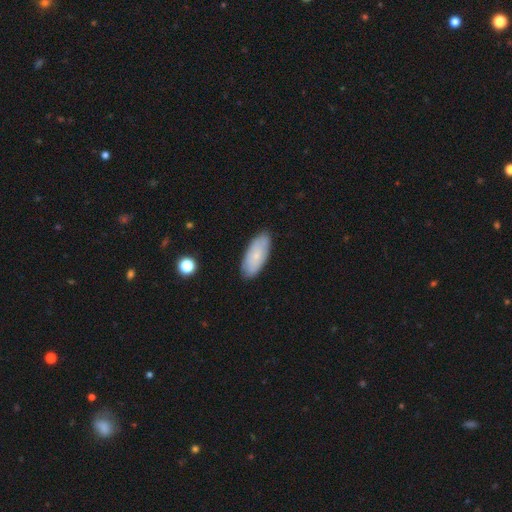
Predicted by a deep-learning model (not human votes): smooth-or-featured: smooth: 71% | featured or disk: 23% | star or artifact: 6%
  how-rounded: in between: 84% | cigar-shaped: 14% | round: 2%
  merging: none: 86% | minor disturbance: 11% | major disturbance: 2% | merger: 1%